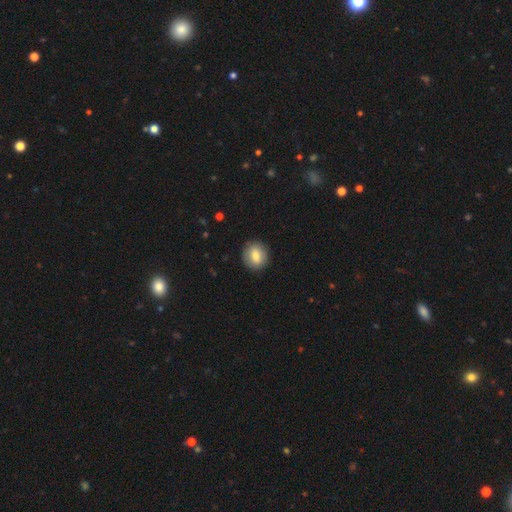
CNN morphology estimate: Q: Smooth or featured?
A: smooth (75%); runner-up: featured or disk (17%)
Q: How rounded?
A: round (75%); runner-up: in between (24%)
Q: Merging?
A: none (88%); runner-up: minor disturbance (9%)